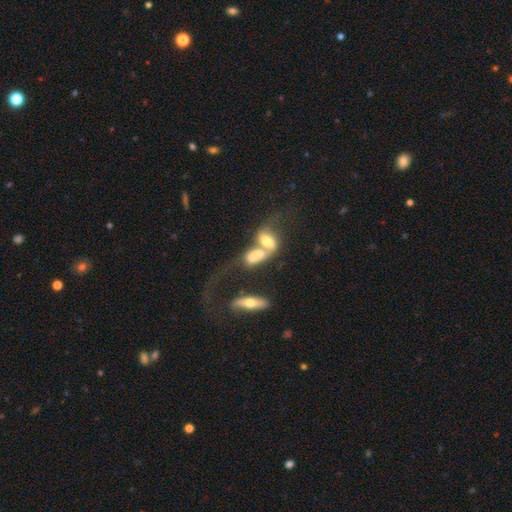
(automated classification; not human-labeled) This is possibly a smooth galaxy (54%). How rounded: likely in between (79%). Merging: likely merger (75%).